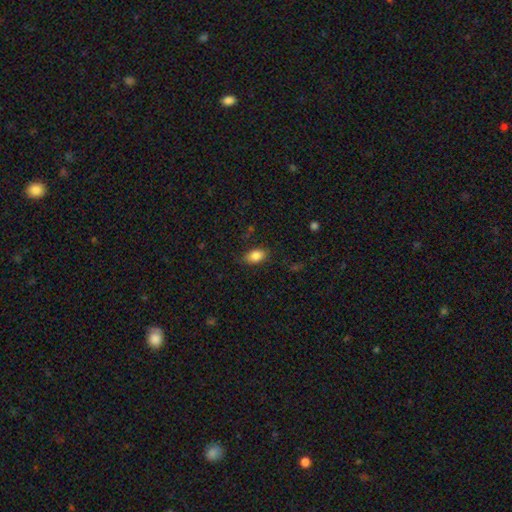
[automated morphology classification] Q: Smooth or featured?
A: smooth (86%); runner-up: star or artifact (8%)
Q: How rounded?
A: in between (88%); runner-up: round (10%)
Q: Merging?
A: none (82%); runner-up: minor disturbance (13%)